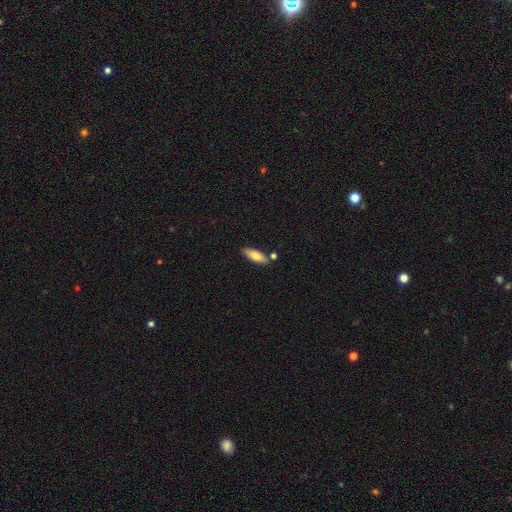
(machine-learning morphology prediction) Q: Smooth or featured?
A: smooth (74%); runner-up: featured or disk (20%)
Q: How rounded?
A: in between (67%); runner-up: cigar-shaped (31%)
Q: Merging?
A: none (77%); runner-up: minor disturbance (12%)